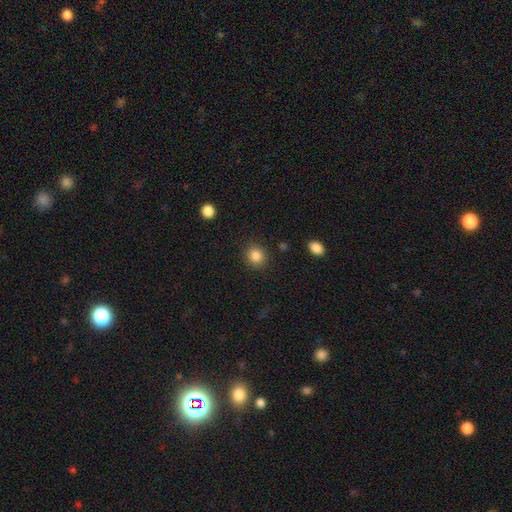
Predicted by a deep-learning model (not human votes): Smooth or featured?
  - smooth: 86% *
  - star or artifact: 10%
  - featured or disk: 4%
How rounded?
  - round: 85% *
  - in between: 14%
  - cigar-shaped: 1%
Merging?
  - none: 89% *
  - minor disturbance: 7%
  - major disturbance: 3%
  - merger: 2%